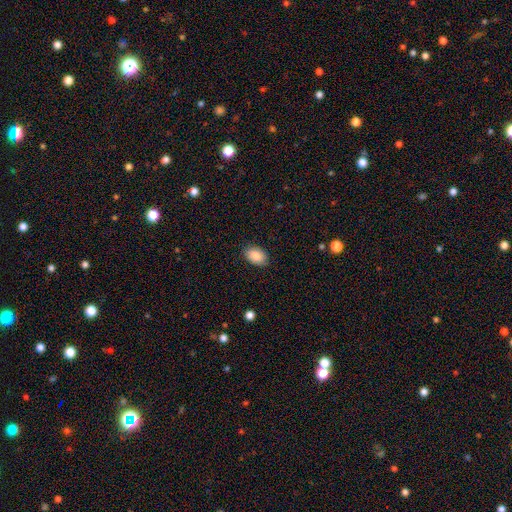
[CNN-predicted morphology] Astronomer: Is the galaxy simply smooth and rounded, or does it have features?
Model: smooth — 88%.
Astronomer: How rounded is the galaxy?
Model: in between — 85%.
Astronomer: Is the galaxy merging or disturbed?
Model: none — 86%.